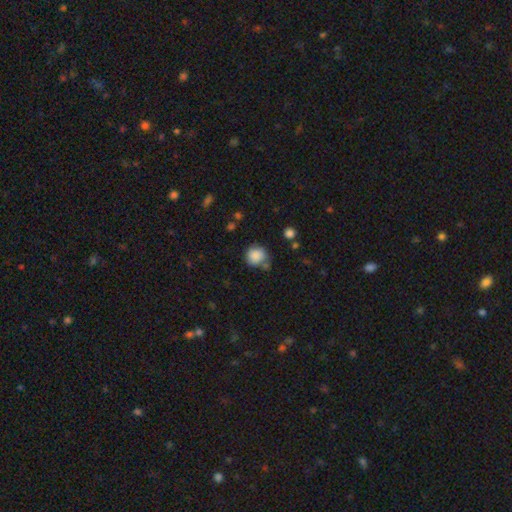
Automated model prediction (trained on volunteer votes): smooth 86%, star or artifact 9%, featured or disk 5%. Down the decision tree: how rounded — round (88%); merging — none (67%).